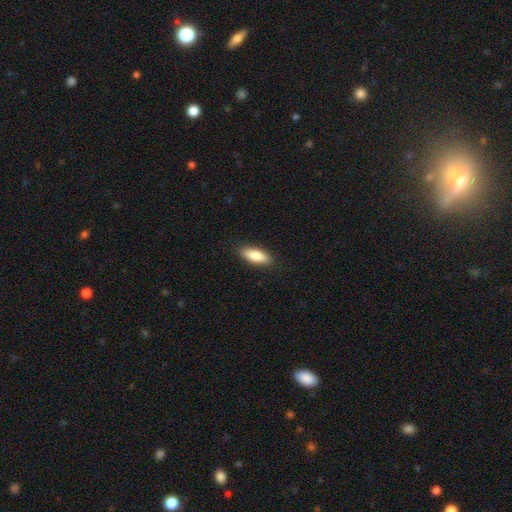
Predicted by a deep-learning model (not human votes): smooth 84%, featured or disk 10%, star or artifact 6%. Down the decision tree: how rounded — in between (71%); merging — none (88%).